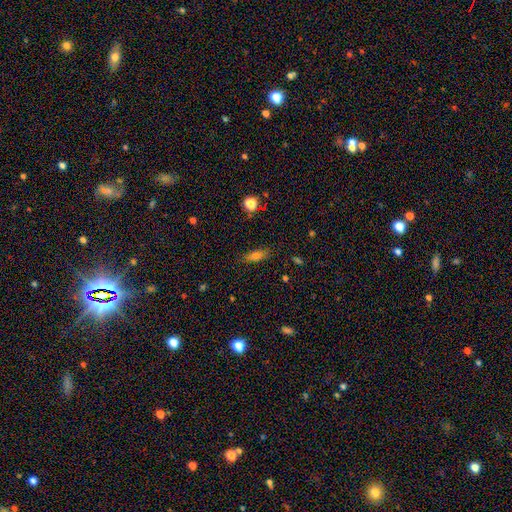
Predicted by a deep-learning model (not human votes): smooth-or-featured: smooth: 71% | star or artifact: 15% | featured or disk: 14%
  how-rounded: in between: 66% | cigar-shaped: 29% | round: 5%
  merging: none: 82% | minor disturbance: 13% | major disturbance: 4% | merger: 2%